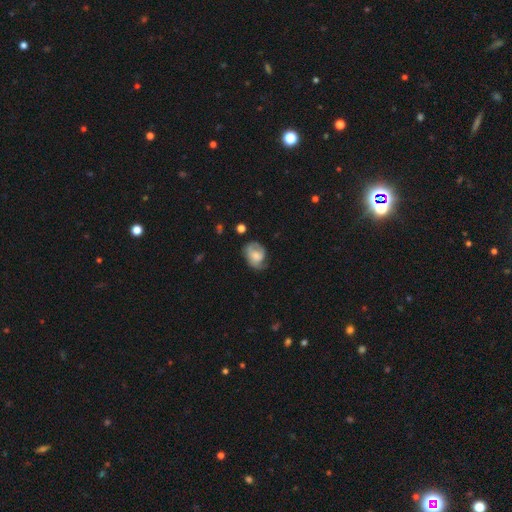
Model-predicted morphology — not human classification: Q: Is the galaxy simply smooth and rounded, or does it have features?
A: smooth — 50%.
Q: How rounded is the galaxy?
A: in between — 59%.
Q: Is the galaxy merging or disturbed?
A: none — 48%.